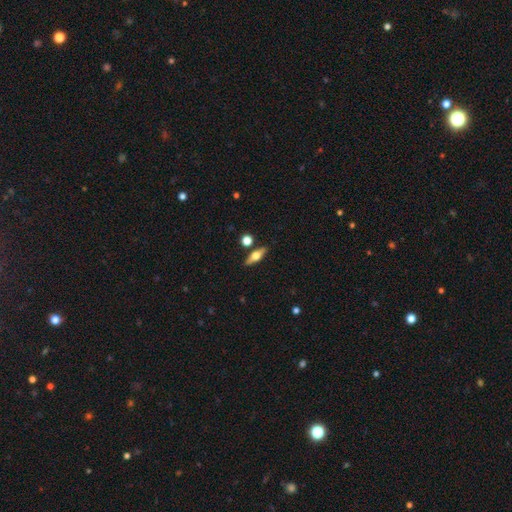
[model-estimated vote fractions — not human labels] Smooth or featured? Predicted: featured or disk (p=0.55). Edge-on disk? Predicted: yes (p=0.91). Edge-on bulge? Predicted: rounded (p=0.95). Merging? Predicted: none (p=0.84).